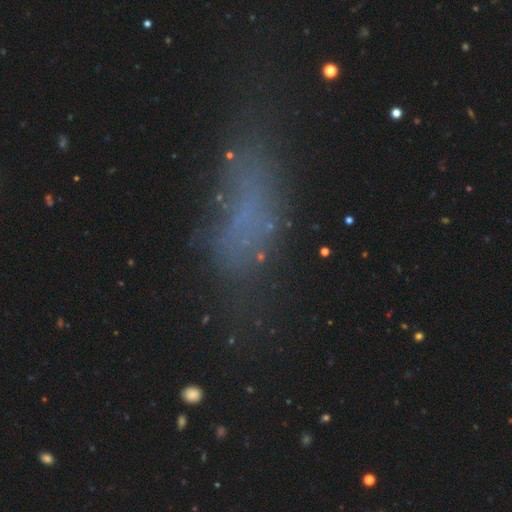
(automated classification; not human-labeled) smooth 49%, featured or disk 26%, star or artifact 25%. Down the decision tree: merging — none (49%).